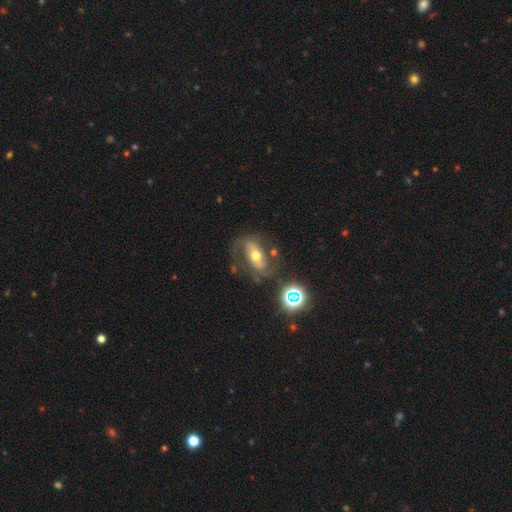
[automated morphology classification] Overall: featured or disk (68%). Edge-on disk: no (91%). Bar: strong (36%, tied with no). Spiral arms: yes (79%). Bulge size: moderate (71%). Merging: none (61%).